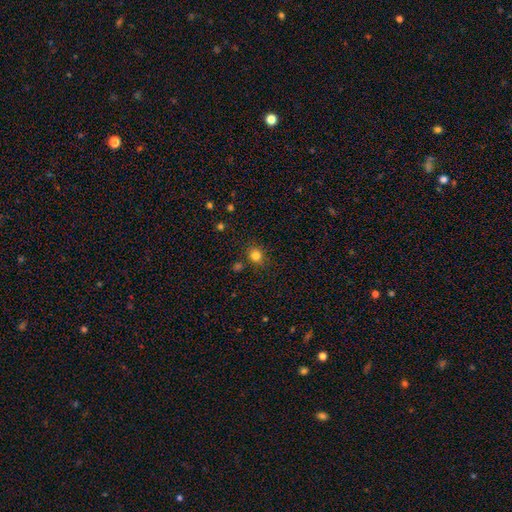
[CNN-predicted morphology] Overall: smooth (81%). How rounded: round (77%). Merging: none (81%).